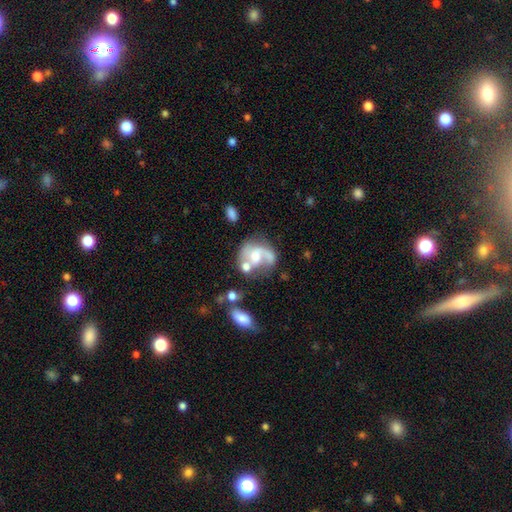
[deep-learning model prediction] The model was most divided on "merging": none: 33%, merger: 27%, major disturbance: 22%, minor disturbance: 17%. Remaining: edge-on disk — no (98%); spiral arms — yes (79%); smooth or featured — featured or disk (67%); spiral arm count — 2 (58%); bar — no (58%); spiral winding — loose (47%); bulge size — moderate (47%).